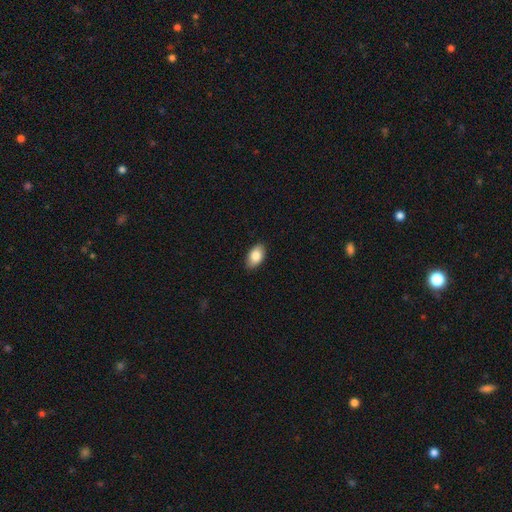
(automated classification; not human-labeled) Smooth or featured? smooth (86%)
How rounded? in between (93%)
Merging? none (88%)